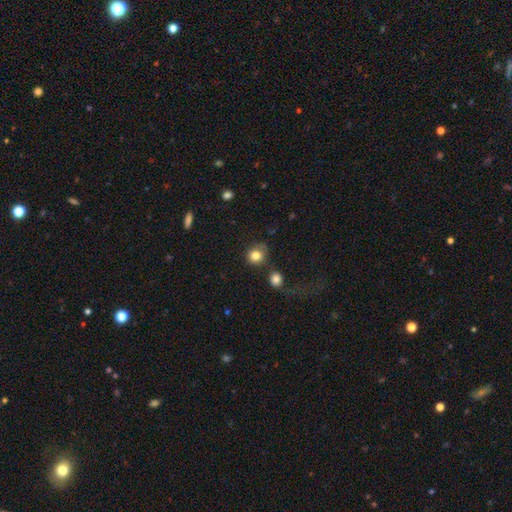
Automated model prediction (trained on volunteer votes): Smooth or featured: smooth — 83% (star or artifact — 10%)
How rounded: round — 87% (in between — 12%)
Merging: none — 67% (minor disturbance — 16%)